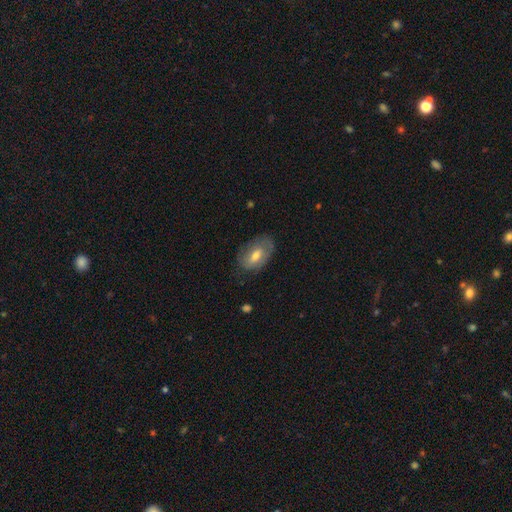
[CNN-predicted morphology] This is possibly a smooth galaxy (54%). How rounded: clearly in between (90%). Merging: likely none (69%).